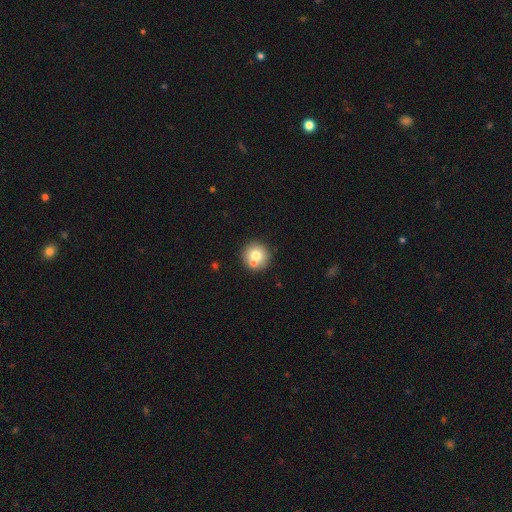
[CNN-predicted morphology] smooth 71%, featured or disk 18%, star or artifact 11%. Down the decision tree: how rounded — round (94%); merging — none (69%).